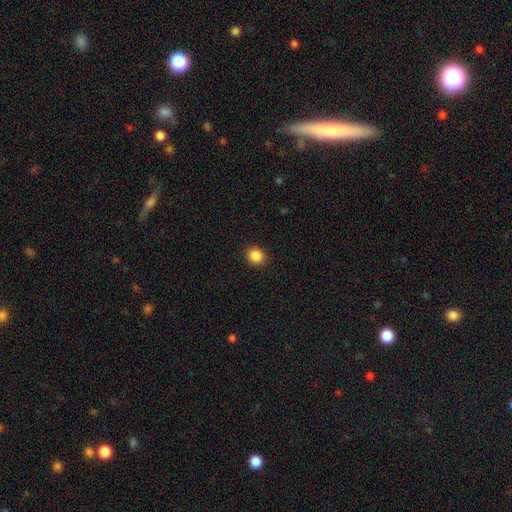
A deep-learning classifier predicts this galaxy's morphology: Q: Smooth or featured?
A: smooth (86%); runner-up: star or artifact (10%)
Q: How rounded?
A: round (83%); runner-up: in between (16%)
Q: Merging?
A: none (91%); runner-up: minor disturbance (6%)